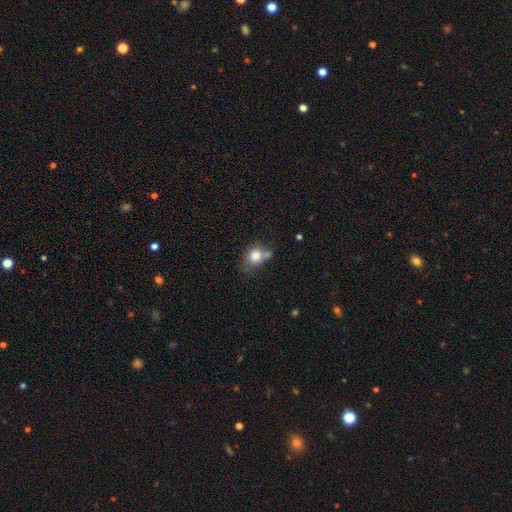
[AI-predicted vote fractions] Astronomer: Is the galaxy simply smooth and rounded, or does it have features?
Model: smooth — 80%.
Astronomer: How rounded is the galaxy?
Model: round — 61% (runner-up: in between, 38%).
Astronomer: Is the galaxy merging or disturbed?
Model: none — 44% (runner-up: merger, 30%).